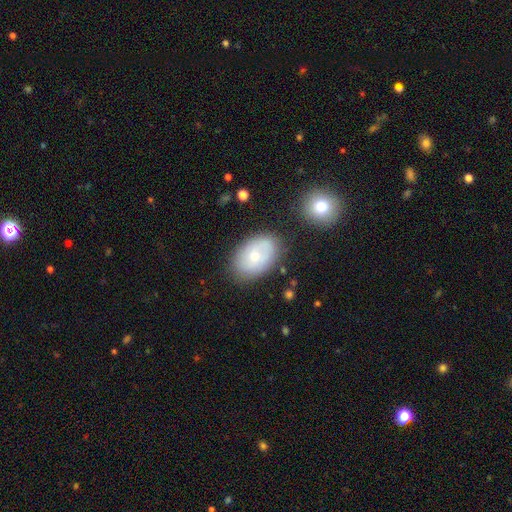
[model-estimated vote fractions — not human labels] Q: Smooth or featured?
A: smooth (61%); runner-up: featured or disk (32%)
Q: How rounded?
A: in between (84%); runner-up: round (15%)
Q: Merging?
A: none (74%); runner-up: minor disturbance (17%)